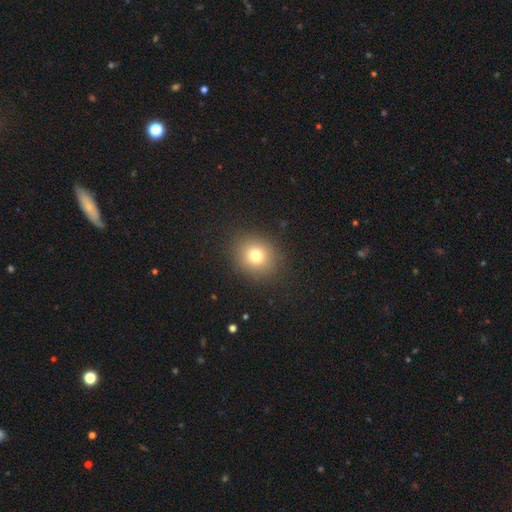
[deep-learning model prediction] Q: Smooth or featured?
A: smooth (77%); runner-up: star or artifact (14%)
Q: How rounded?
A: round (78%); runner-up: in between (21%)
Q: Merging?
A: none (88%); runner-up: minor disturbance (7%)